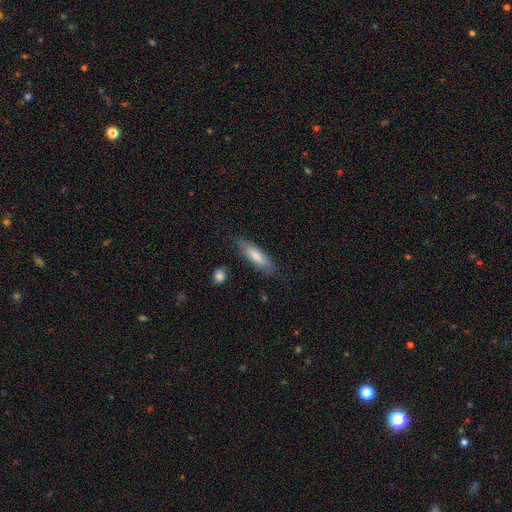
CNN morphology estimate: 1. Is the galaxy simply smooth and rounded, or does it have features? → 72% smooth, 22% featured or disk, 6% star or artifact.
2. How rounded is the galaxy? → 59% cigar-shaped, 39% in between, 2% round.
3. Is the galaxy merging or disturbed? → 80% none, 15% minor disturbance, 3% major disturbance, 2% merger.